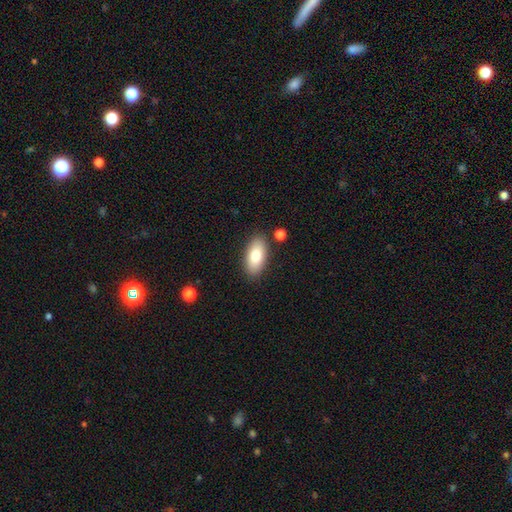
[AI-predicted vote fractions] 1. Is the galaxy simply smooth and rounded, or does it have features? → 79% smooth, 14% featured or disk, 7% star or artifact.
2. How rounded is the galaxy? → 91% in between, 5% cigar-shaped, 3% round.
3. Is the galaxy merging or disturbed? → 86% none, 9% minor disturbance, 3% merger, 2% major disturbance.